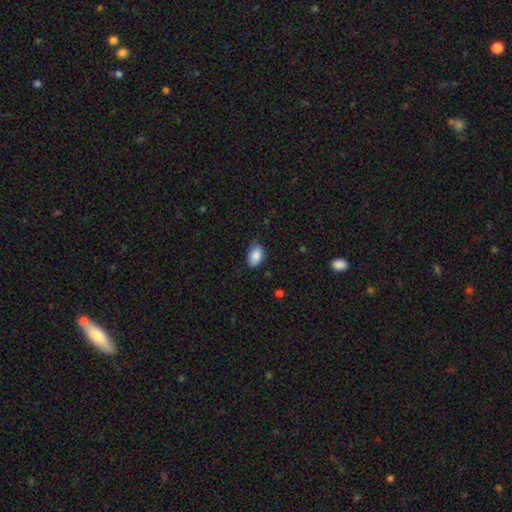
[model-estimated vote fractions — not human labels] Smooth or featured?
  - smooth: 87% *
  - star or artifact: 7%
  - featured or disk: 6%
How rounded?
  - in between: 91% *
  - round: 7%
  - cigar-shaped: 1%
Merging?
  - none: 74% *
  - minor disturbance: 22%
  - major disturbance: 4%
  - merger: 1%